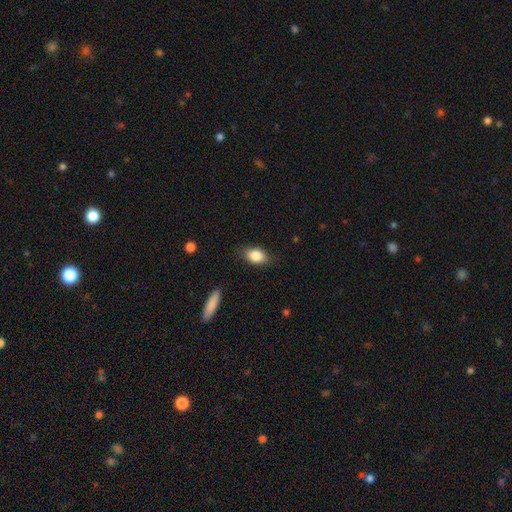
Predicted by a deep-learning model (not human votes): A smooth galaxy with no disk features (85%) that is in between round and cigar-shaped (84%).

Vote fractions:
- Smooth or featured? smooth: 85% / featured or disk: 8% / star or artifact: 7%
- How rounded? in between: 84% / round: 13% / cigar-shaped: 3%
- Merging? none: 81% / minor disturbance: 15% / major disturbance: 3% / merger: 1%